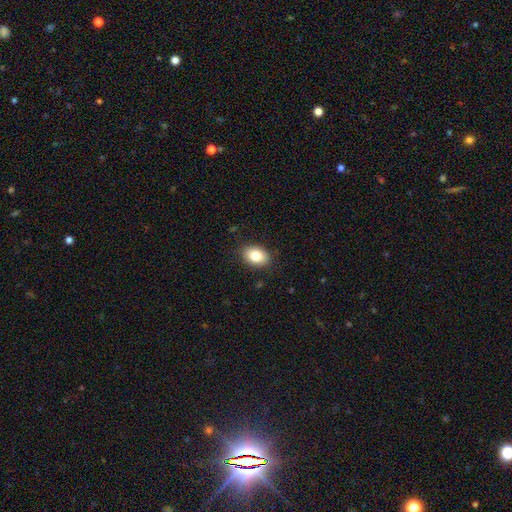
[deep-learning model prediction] smooth-or-featured: smooth: 81% | featured or disk: 10% | star or artifact: 9%
  how-rounded: in between: 76% | round: 23% | cigar-shaped: 1%
  merging: none: 88% | minor disturbance: 9% | major disturbance: 2% | merger: 1%